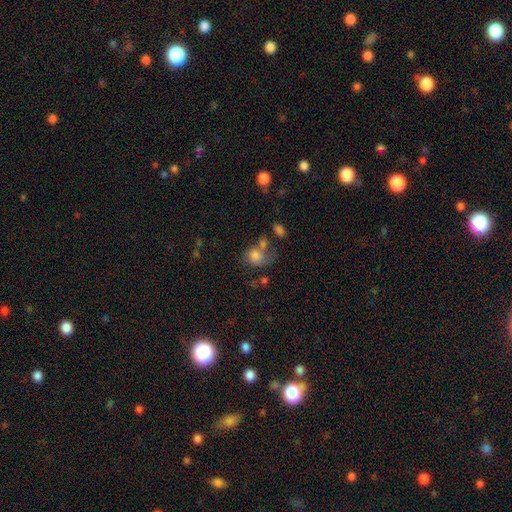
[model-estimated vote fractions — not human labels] The model was most divided on "merging": none: 35%, merger: 28%, minor disturbance: 20%, major disturbance: 17%. More confident: smooth or featured — smooth (75%); how rounded — round (55%).